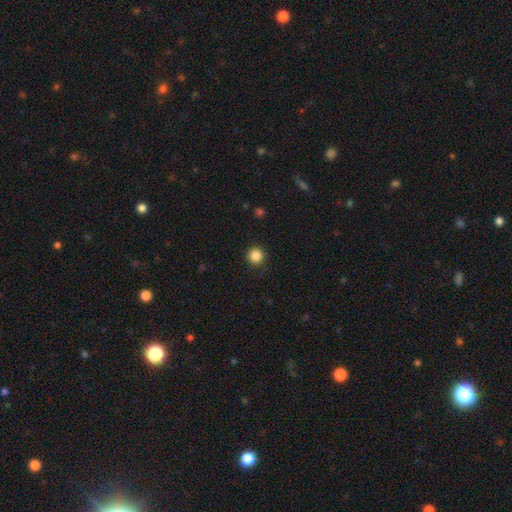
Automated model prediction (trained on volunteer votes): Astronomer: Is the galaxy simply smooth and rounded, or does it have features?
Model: smooth — 86%.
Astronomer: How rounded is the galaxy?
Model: round — 95%.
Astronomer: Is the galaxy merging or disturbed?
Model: none — 90%.